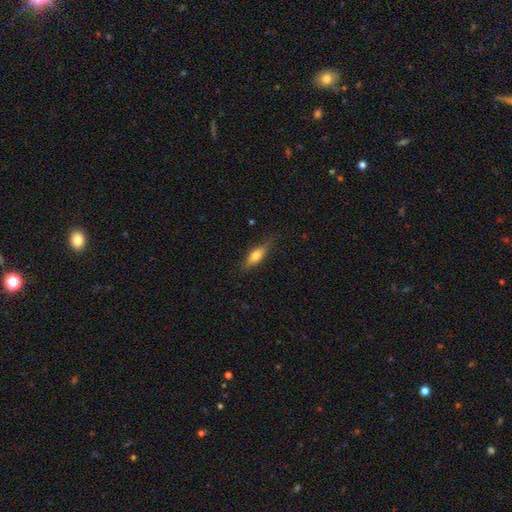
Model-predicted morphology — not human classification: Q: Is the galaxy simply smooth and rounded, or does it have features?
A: smooth — 68%.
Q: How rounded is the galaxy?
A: in between — 61%.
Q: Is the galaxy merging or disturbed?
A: none — 77%.